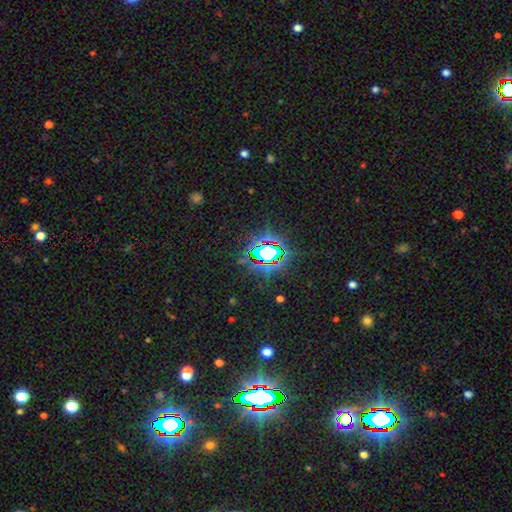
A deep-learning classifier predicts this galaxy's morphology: Smooth or featured? Predicted: star or artifact (p=0.83).